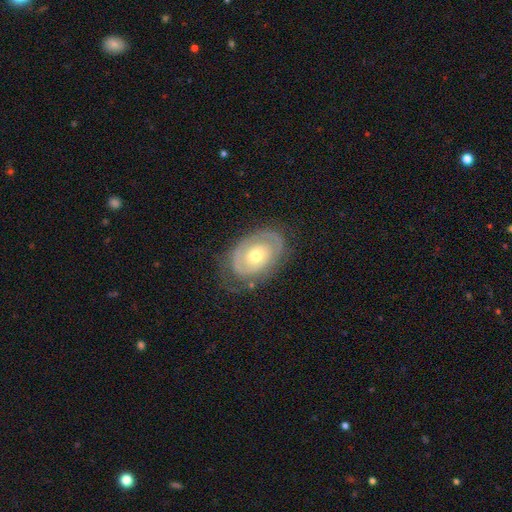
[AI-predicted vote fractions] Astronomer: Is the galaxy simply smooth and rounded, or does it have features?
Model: featured or disk — 71%.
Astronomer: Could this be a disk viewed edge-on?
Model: no — 95%.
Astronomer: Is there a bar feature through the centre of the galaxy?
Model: no — 84%.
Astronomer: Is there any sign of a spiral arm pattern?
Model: yes — 59% (runner-up: no, 41%).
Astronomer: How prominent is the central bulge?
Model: moderate — 58% (runner-up: small, 36%).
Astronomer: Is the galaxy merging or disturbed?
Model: none — 70%.